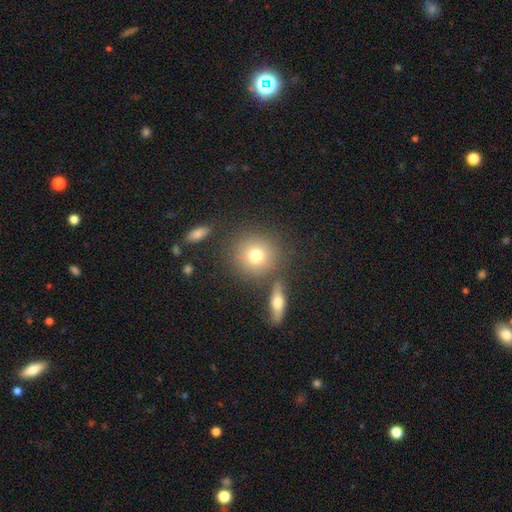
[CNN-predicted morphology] This is likely a smooth galaxy (76%). How rounded: clearly round (88%). Merging: likely none (77%).